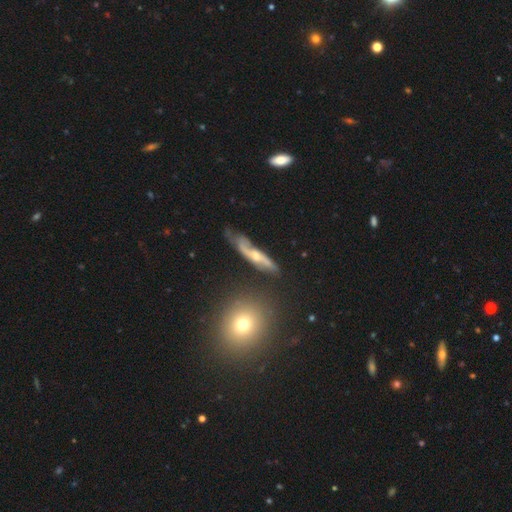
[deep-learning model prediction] smooth-or-featured: featured or disk: 78% | smooth: 16% | star or artifact: 6%
  disk-edge-on: no: 68% | yes: 32%
    bar: no: 50% | weak: 34% | strong: 16%
    has-spiral-arms: yes: 89% | no: 11%
    bulge-size: small: 49% | moderate: 44% | none: 2% | large: 2% | dominant: 1%
  merging: none: 55% | minor disturbance: 26% | major disturbance: 13% | merger: 6%